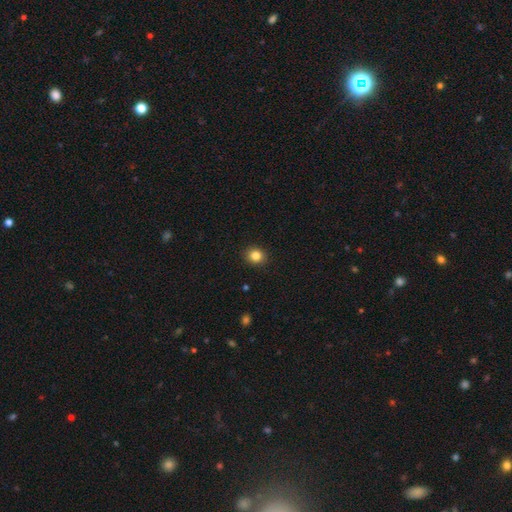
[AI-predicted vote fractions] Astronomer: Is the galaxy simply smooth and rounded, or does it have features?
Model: smooth — 84%.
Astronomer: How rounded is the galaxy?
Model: round — 79%.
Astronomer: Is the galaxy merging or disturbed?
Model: none — 92%.